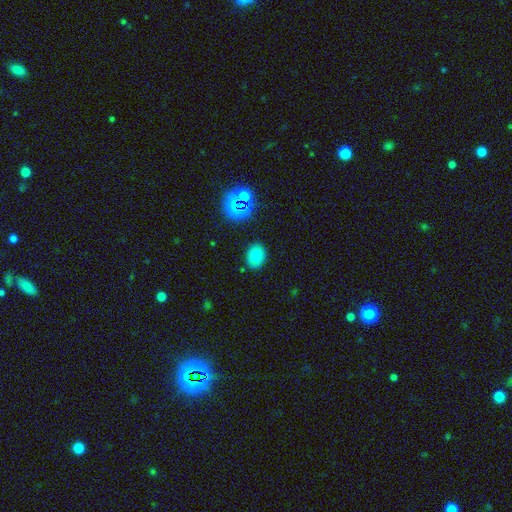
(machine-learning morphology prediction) A smooth galaxy with no disk features (74%) that is in between round and cigar-shaped (60%).

Vote fractions:
- Smooth or featured? smooth: 74% / star or artifact: 16% / featured or disk: 10%
- How rounded? in between: 60% / round: 39% / cigar-shaped: 1%
- Merging? none: 86% / minor disturbance: 9% / major disturbance: 3% / merger: 2%